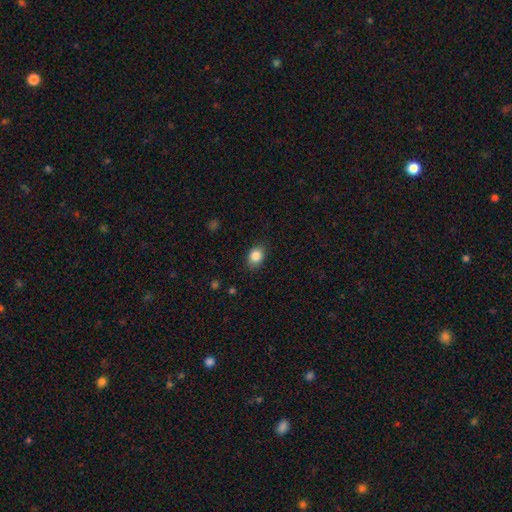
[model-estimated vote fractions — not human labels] A smooth galaxy with no disk features (86%) that is in between round and cigar-shaped (62%). Merging: none (86%).